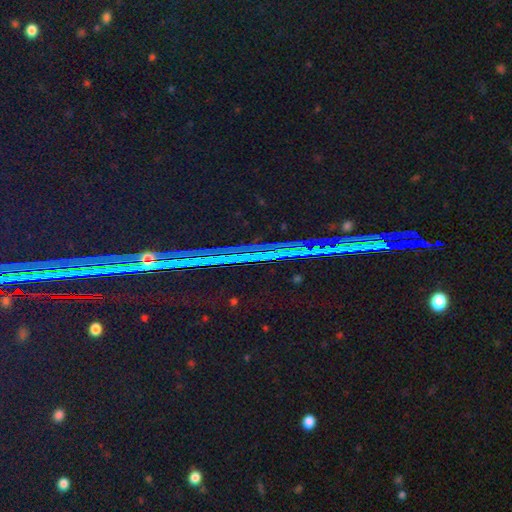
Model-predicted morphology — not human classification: This appears to be a star or artifact, not a galaxy (86%).